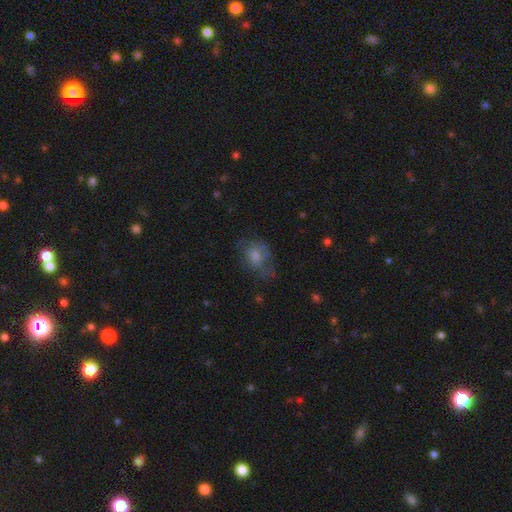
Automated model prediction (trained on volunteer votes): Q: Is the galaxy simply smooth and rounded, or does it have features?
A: smooth — 59%.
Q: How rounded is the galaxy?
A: in between — 65%.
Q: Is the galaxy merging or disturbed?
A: none — 40%.